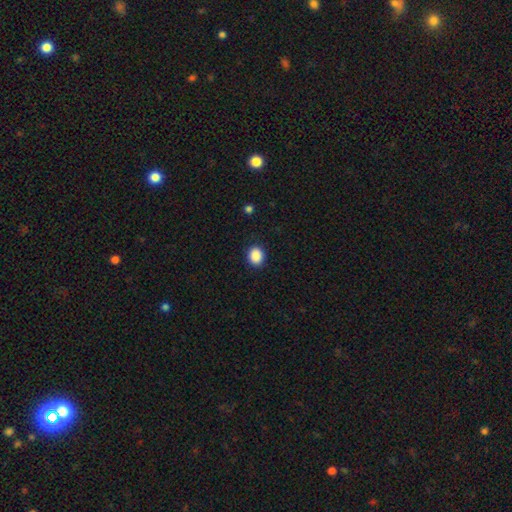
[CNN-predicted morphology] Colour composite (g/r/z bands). It shows a smooth galaxy with no disk features (89%) that is round (64%). Merging: none (90%).